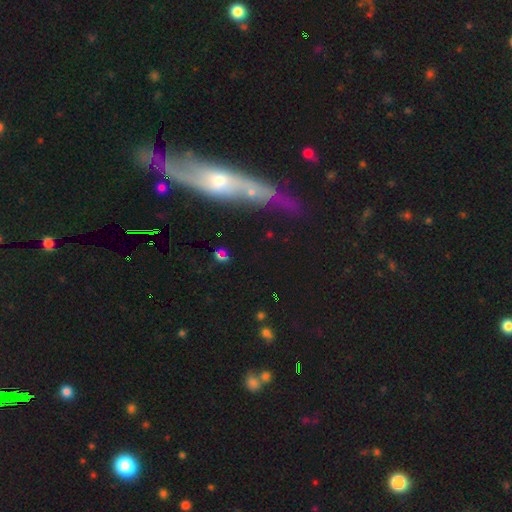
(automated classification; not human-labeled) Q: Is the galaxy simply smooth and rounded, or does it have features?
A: star or artifact — 47%.